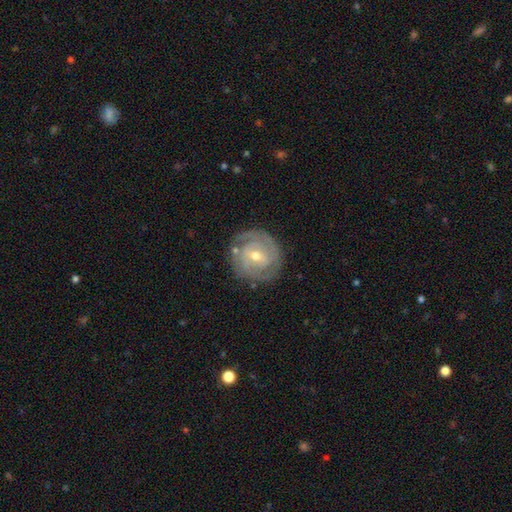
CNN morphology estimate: type=featured or disk (81%); edge-on=no (97%); bar=weak (48%); spiral arms=yes (90%); winding=tight (71%); arm count=2 (42%); bulge=moderate (59%); merging=none (80%).